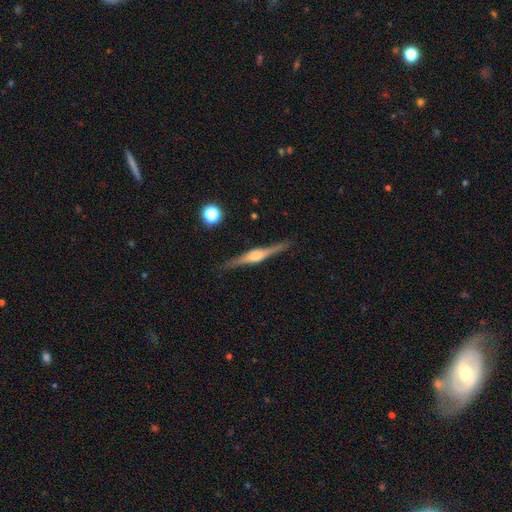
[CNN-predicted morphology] smooth-or-featured: featured or disk: 79% | smooth: 15% | star or artifact: 6%
  disk-edge-on: yes: 98% | no: 2%
    edge-on-bulge: rounded: 79% | boxy: 17% | none: 4%
  merging: none: 89% | minor disturbance: 8% | major disturbance: 2% | merger: 1%